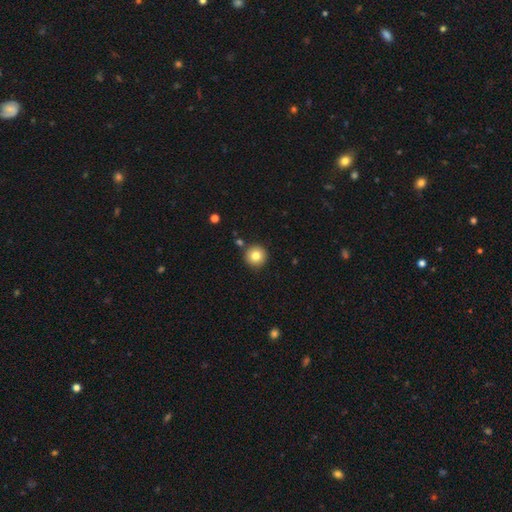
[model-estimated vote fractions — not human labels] smooth-or-featured: smooth: 81% | star or artifact: 10% | featured or disk: 9%
  how-rounded: round: 96% | in between: 3% | cigar-shaped: 1%
  merging: none: 88% | minor disturbance: 6% | merger: 4% | major disturbance: 2%